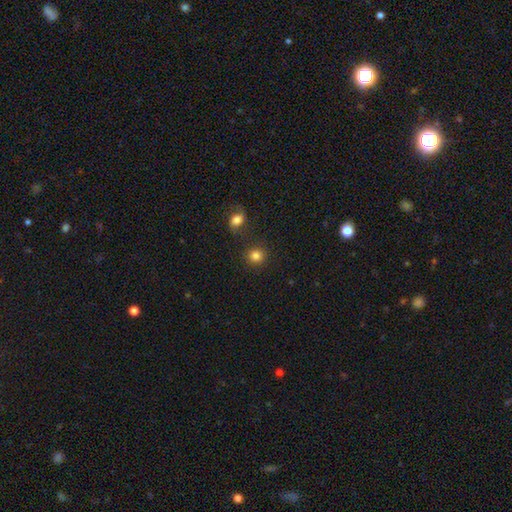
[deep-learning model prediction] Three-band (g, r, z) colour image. It shows a smooth galaxy with no disk features (83%) that is round (90%). Merging: none (85%).